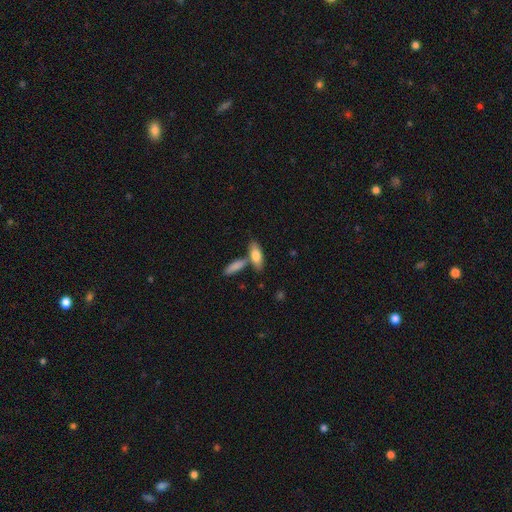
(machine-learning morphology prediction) Smooth or featured?
  - smooth: 76% *
  - featured or disk: 18%
  - star or artifact: 6%
How rounded?
  - in between: 68% *
  - cigar-shaped: 30%
  - round: 3%
Merging?
  - none: 57% *
  - merger: 28%
  - minor disturbance: 12%
  - major disturbance: 3%